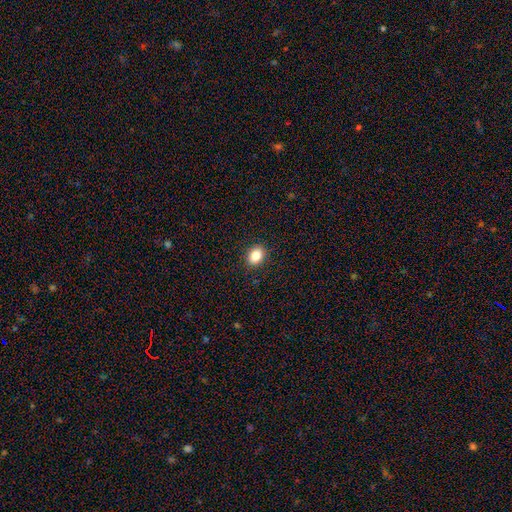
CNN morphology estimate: Overall: smooth (86%). How rounded: in between (62%; round 37%). Merging: none (89%).